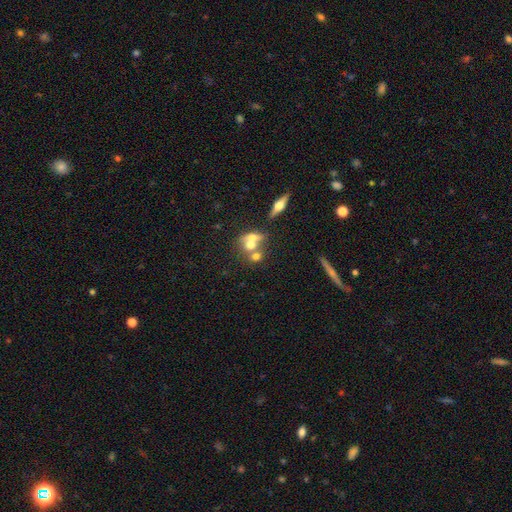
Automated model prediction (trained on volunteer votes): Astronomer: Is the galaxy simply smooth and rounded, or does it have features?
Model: smooth — 53% (runner-up: featured or disk, 31%).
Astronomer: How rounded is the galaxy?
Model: round — 63%.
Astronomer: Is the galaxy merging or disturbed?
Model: merger — 54% (runner-up: none, 33%).